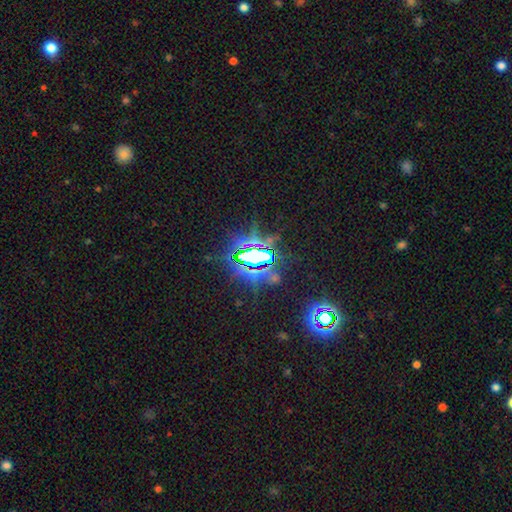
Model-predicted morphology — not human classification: Smooth or featured: star or artifact — 79% (featured or disk — 11%)